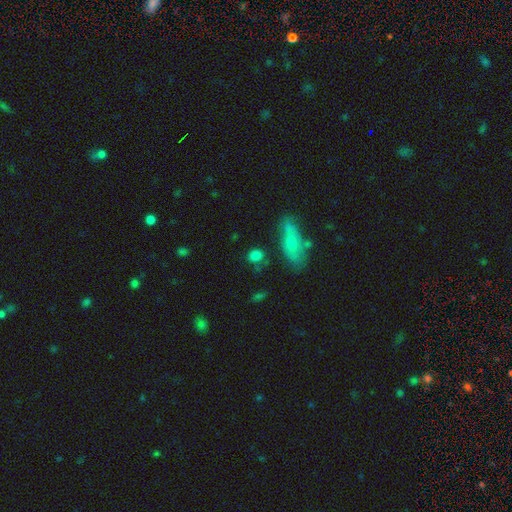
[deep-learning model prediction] A smooth galaxy with no disk features (78%) that is round (55%).

Vote fractions:
- Smooth or featured? smooth: 78% / star or artifact: 12% / featured or disk: 10%
- How rounded? round: 55% / in between: 39% / cigar-shaped: 6%
- Merging? none: 71% / minor disturbance: 16% / merger: 7% / major disturbance: 6%